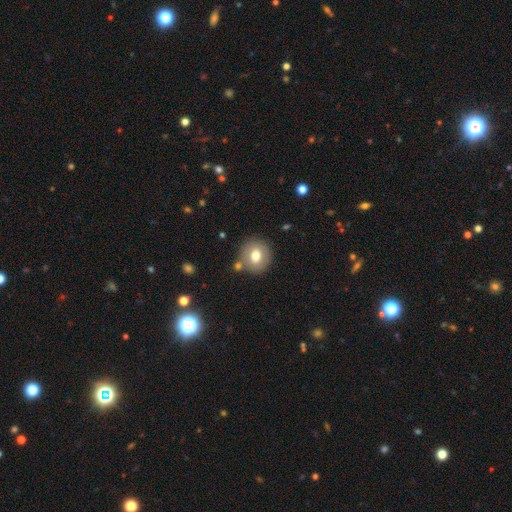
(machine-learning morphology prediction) Q: Smooth or featured?
A: smooth (73%); runner-up: featured or disk (18%)
Q: How rounded?
A: round (84%); runner-up: in between (15%)
Q: Merging?
A: none (78%); runner-up: minor disturbance (11%)